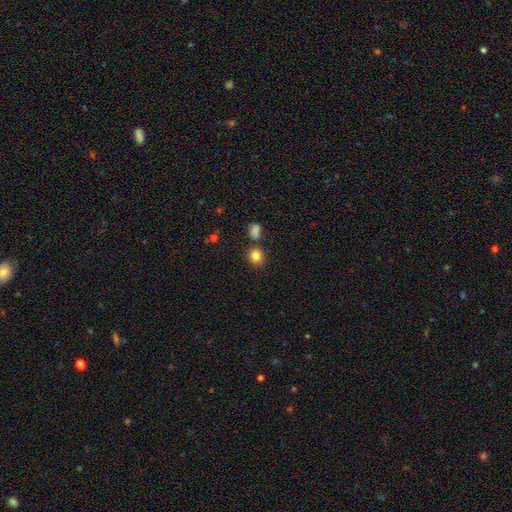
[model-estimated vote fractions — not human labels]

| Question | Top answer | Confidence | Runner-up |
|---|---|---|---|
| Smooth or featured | smooth | 84% | star or artifact (11%) |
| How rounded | round | 68% | in between (31%) |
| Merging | none | 76% | merger (11%) |